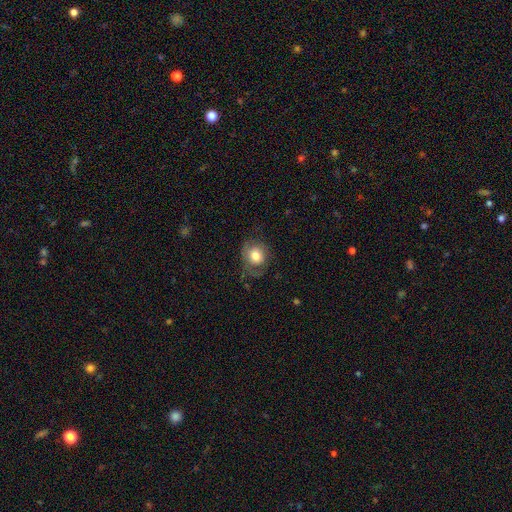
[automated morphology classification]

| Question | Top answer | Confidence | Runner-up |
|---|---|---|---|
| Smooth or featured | smooth | 70% | featured or disk (21%) |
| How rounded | round | 76% | in between (23%) |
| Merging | none | 56% | minor disturbance (25%) |